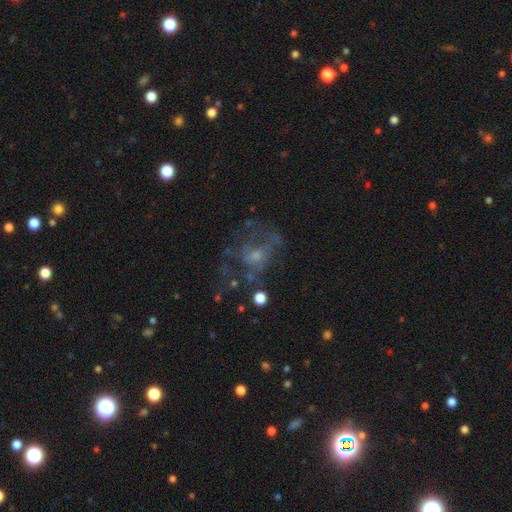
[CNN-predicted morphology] Smooth or featured? featured or disk (51%)
Edge-on disk? no (97%)
Merging? none (39%)